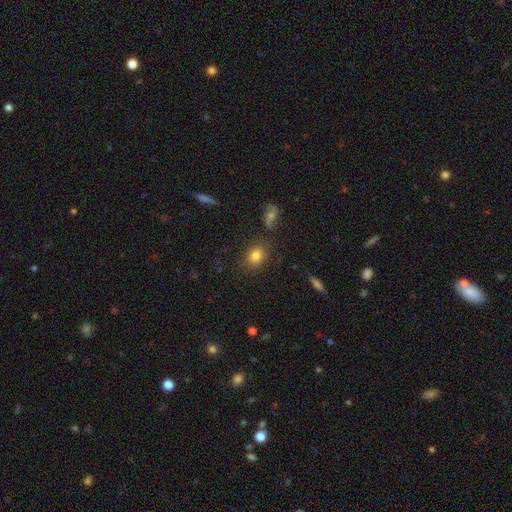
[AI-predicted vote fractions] Morphology: type=smooth (80%); roundness=round (49%, tied with in between); merging=none (81%).